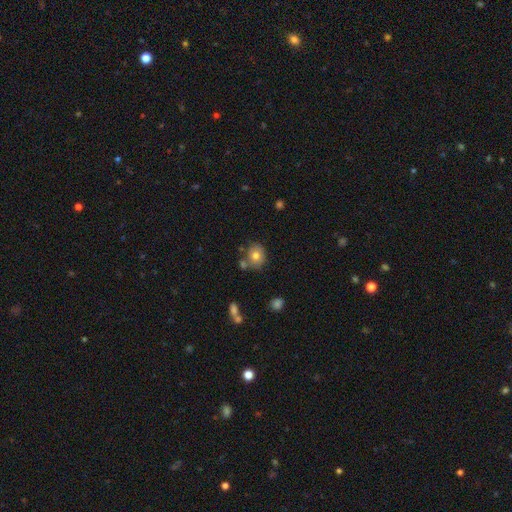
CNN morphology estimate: smooth 76%, featured or disk 14%, star or artifact 10%. Down the decision tree: how rounded — round (74%); merging — none (67%).